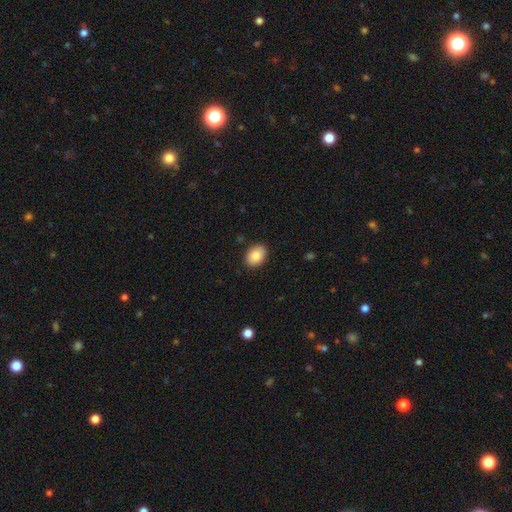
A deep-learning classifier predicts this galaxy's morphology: This is clearly a smooth galaxy (86%). How rounded: likely in between (76%). Merging: clearly none (89%).